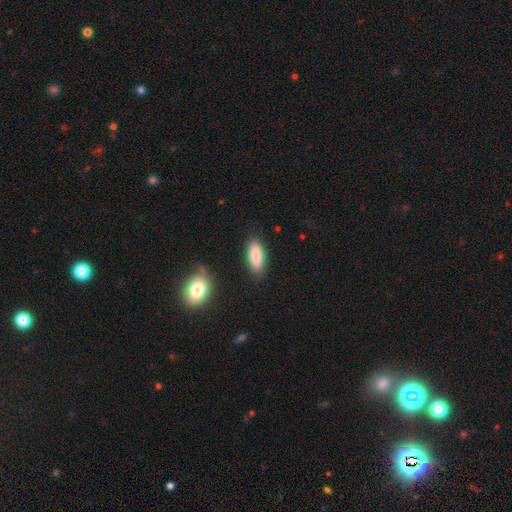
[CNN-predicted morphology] A smooth galaxy with no disk features (84%) that is in between round and cigar-shaped (75%). Merging: none (84%).